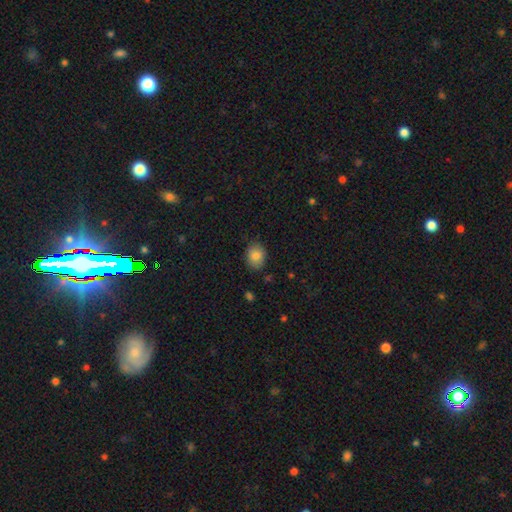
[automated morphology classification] This is clearly a smooth galaxy (85%). How rounded: possibly in between (58%). Merging: clearly none (80%).